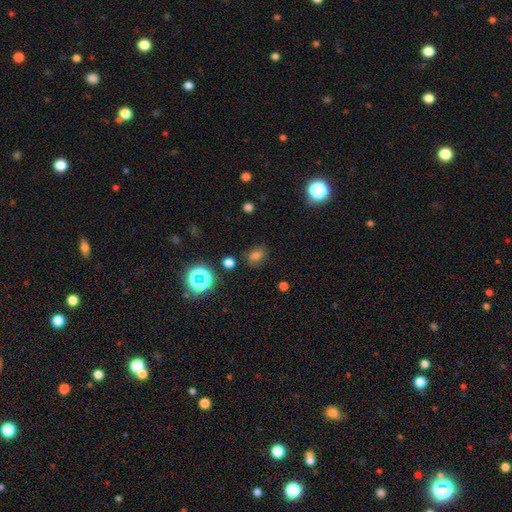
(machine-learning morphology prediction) Overall: smooth (65%; star or artifact 26%). How rounded: in between (64%; round 34%). Merging: none (75%).